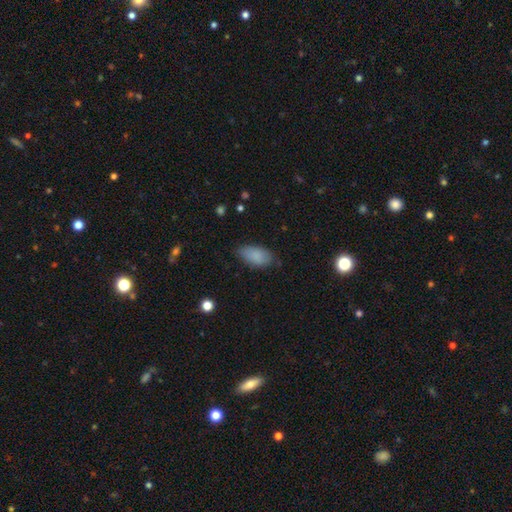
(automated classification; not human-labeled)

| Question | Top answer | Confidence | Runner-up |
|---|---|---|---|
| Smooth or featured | smooth | 86% | star or artifact (7%) |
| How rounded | in between | 93% | cigar-shaped (4%) |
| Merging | none | 74% | minor disturbance (20%) |